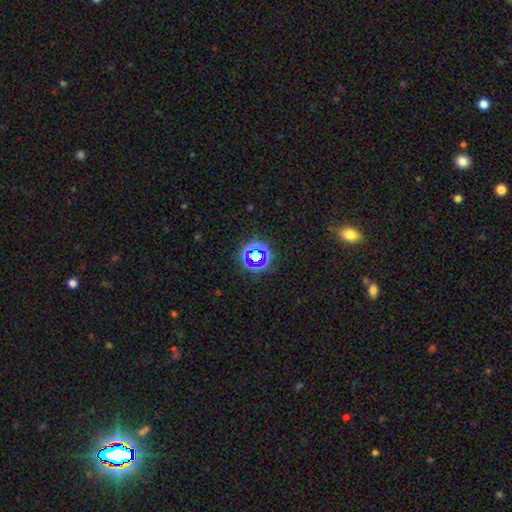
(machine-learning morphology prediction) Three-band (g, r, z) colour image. It shows a star or artifact, not a galaxy (61%).